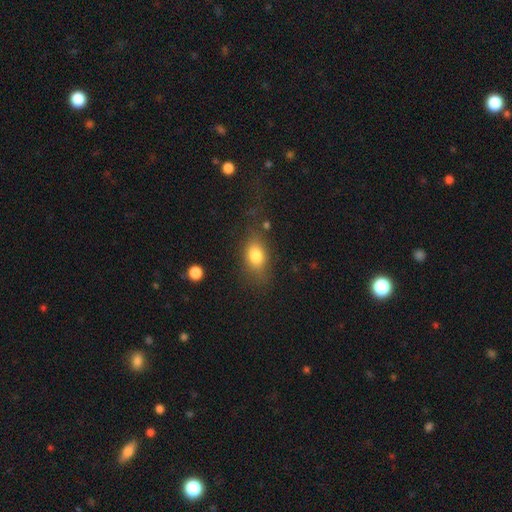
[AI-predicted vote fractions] This appears to be a smooth galaxy with no disk features (80%) that is in between round and cigar-shaped (80%). Merging: none (69%).